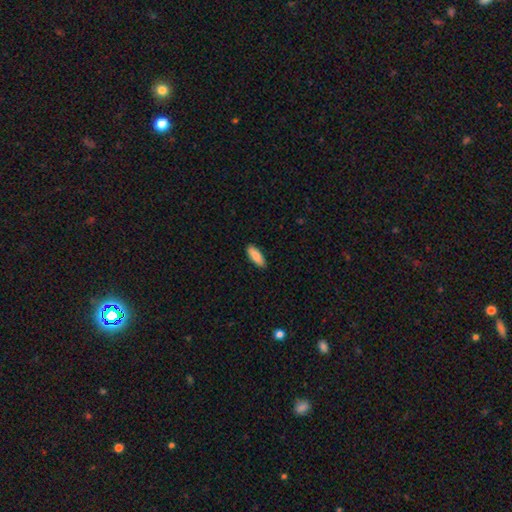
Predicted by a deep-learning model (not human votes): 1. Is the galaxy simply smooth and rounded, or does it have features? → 88% smooth, 6% featured or disk, 6% star or artifact.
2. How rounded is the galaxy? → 71% in between, 28% cigar-shaped, 2% round.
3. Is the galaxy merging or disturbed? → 89% none, 9% minor disturbance, 2% major disturbance, 1% merger.